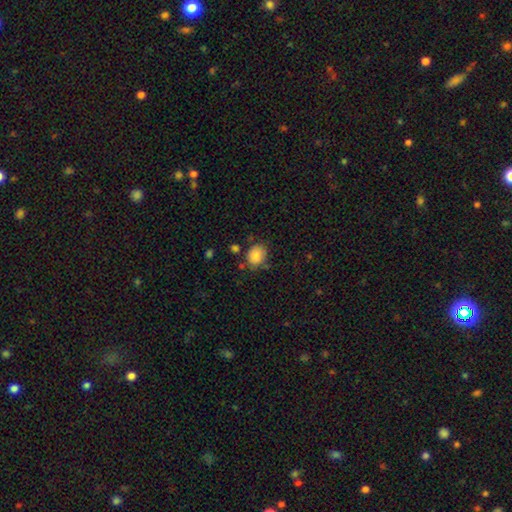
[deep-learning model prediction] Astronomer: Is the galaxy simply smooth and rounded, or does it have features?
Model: smooth — 85%.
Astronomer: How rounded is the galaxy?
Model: round — 58% (runner-up: in between, 41%).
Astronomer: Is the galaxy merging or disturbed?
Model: none — 70%.